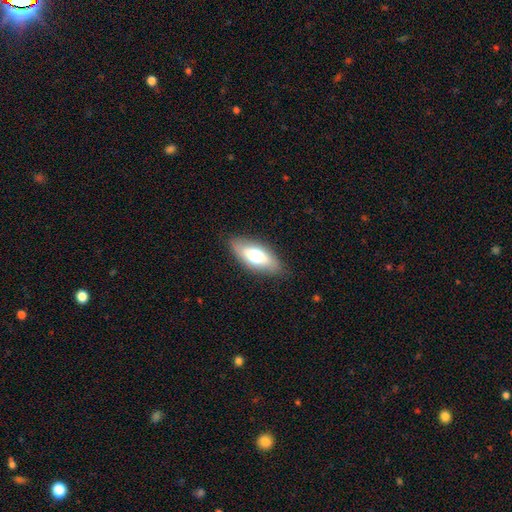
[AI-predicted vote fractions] smooth_or_featured: smooth (p=0.65) [alt: featured or disk p=0.29]
how_rounded: in between (p=0.80) [alt: cigar-shaped p=0.17]
merging: none (p=0.83) [alt: minor disturbance p=0.13]